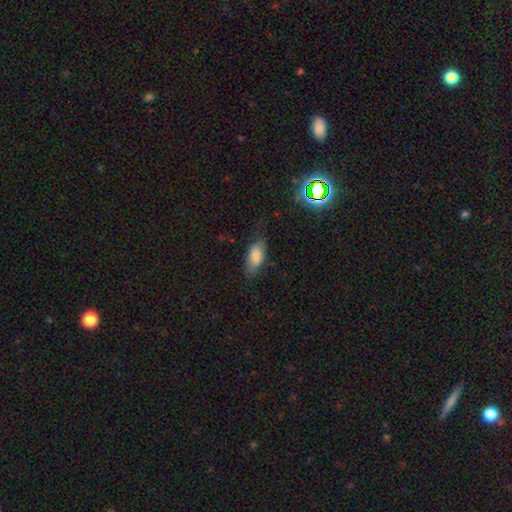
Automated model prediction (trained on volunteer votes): Morphology: type=smooth (78%); roundness=in between (84%); merging=none (66%).